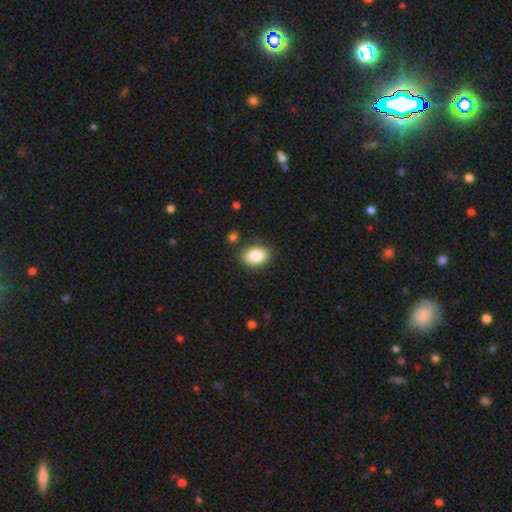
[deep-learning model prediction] This appears to be a smooth galaxy with no disk features (85%) that is in between round and cigar-shaped (75%). Merging: none (86%).